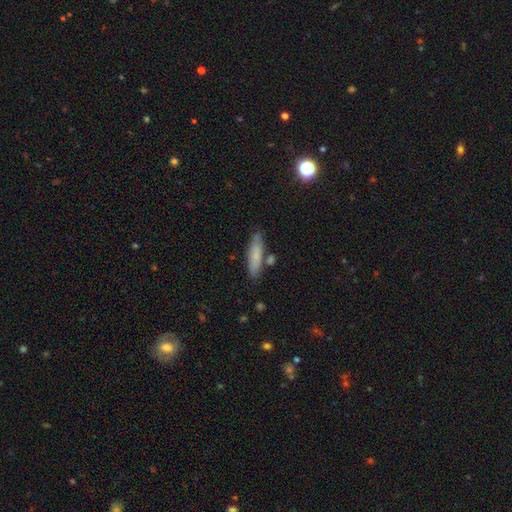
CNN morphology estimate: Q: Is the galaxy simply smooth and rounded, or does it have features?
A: smooth — 75%.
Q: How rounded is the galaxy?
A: cigar-shaped — 66%.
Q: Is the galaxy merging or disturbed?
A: none — 76%.